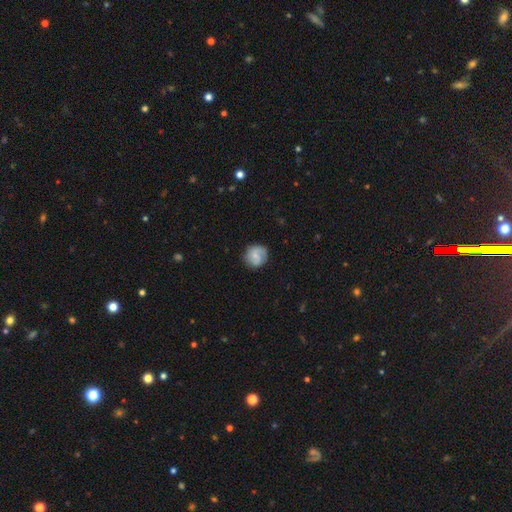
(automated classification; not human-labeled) Overall: featured or disk (47%; smooth 45%). Merging: none (77%).